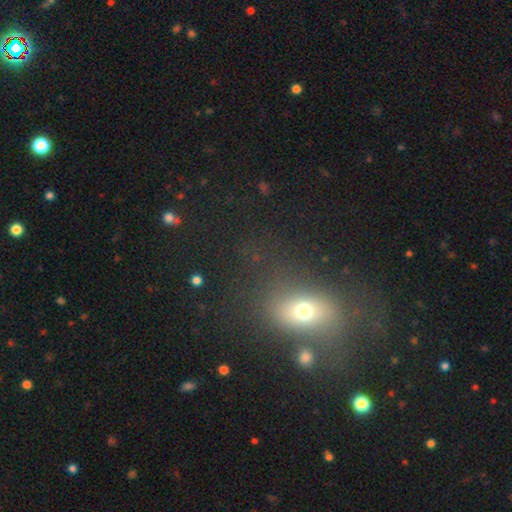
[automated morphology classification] Smooth or featured: smooth — 58% (star or artifact — 26%)
How rounded: in between — 68% (round — 29%)
Merging: none — 61% (minor disturbance — 17%)